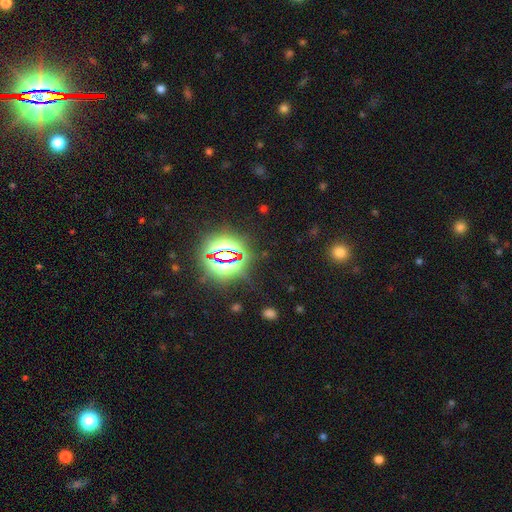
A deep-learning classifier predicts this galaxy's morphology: A star or artifact, not a galaxy (78%).